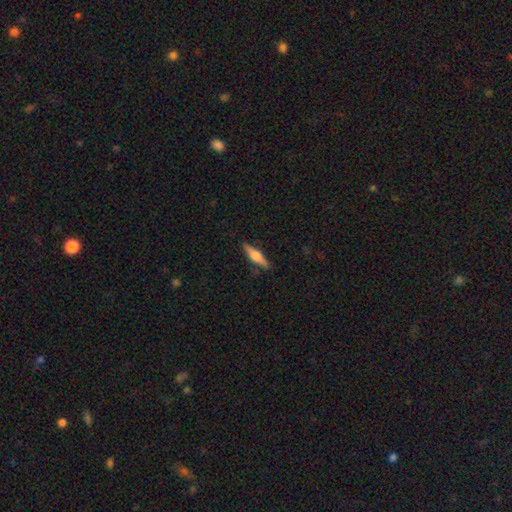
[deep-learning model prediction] Q: Smooth or featured?
A: smooth (50%); runner-up: featured or disk (44%)
Q: Merging?
A: none (87%); runner-up: minor disturbance (10%)